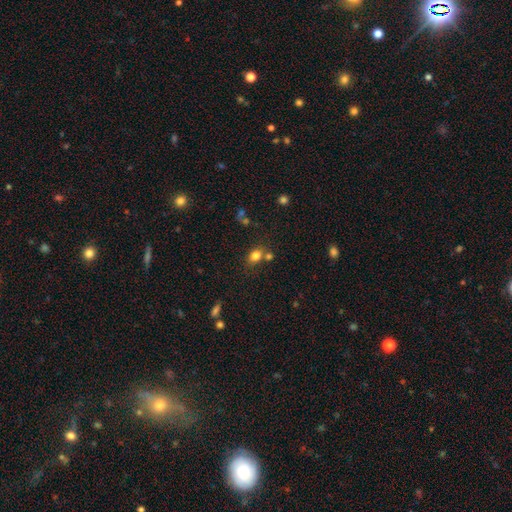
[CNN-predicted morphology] This appears to be a smooth galaxy with no disk features (80%) that is in between round and cigar-shaped (56%). Merging: none (61%).